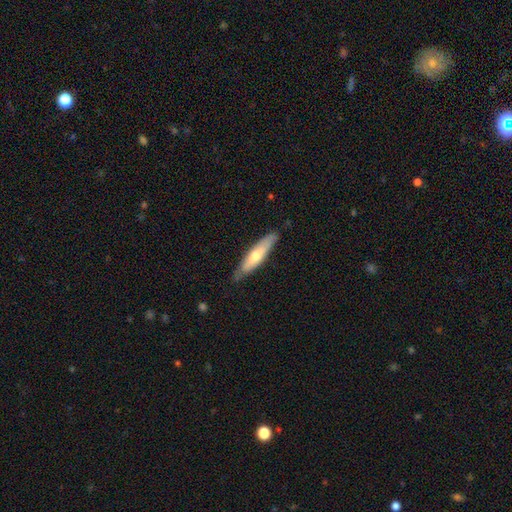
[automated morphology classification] Smooth or featured? Predicted: smooth (p=0.56). How rounded? Predicted: cigar-shaped (p=0.76). Merging? Predicted: none (p=0.78).